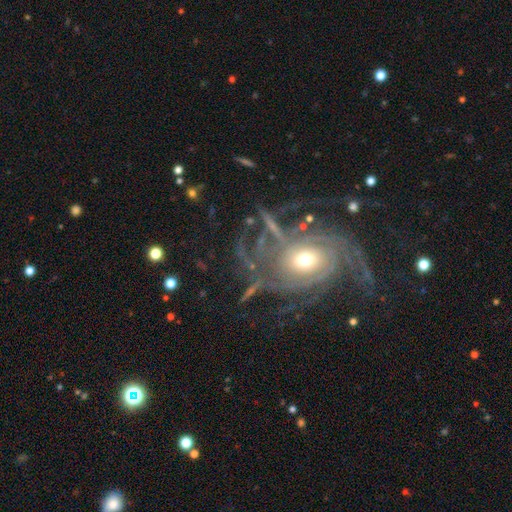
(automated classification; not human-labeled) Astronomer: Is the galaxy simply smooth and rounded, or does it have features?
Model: featured or disk — 85%.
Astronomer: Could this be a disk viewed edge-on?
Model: no — 97%.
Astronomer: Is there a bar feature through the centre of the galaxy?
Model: no — 72%.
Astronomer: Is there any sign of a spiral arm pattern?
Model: yes — 94%.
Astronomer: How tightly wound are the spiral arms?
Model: tight — 47% (runner-up: medium, 36%).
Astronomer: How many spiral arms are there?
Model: can't tell — 30% (runner-up: 3, 17%).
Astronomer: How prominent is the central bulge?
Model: moderate — 59%.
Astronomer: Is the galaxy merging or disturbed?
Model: none — 59%.